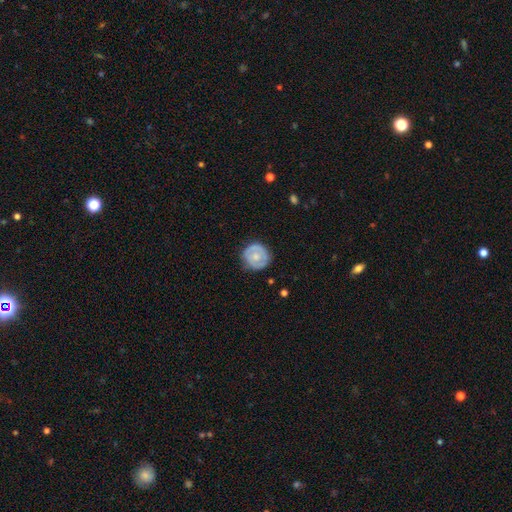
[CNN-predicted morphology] type=featured or disk (49%); merging=none (79%).